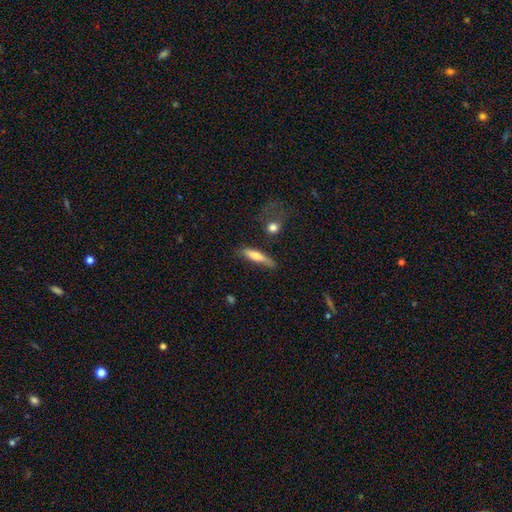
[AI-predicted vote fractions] A smooth galaxy with no disk features (67%) that is cigar-shaped (76%). Merging: none (60%).